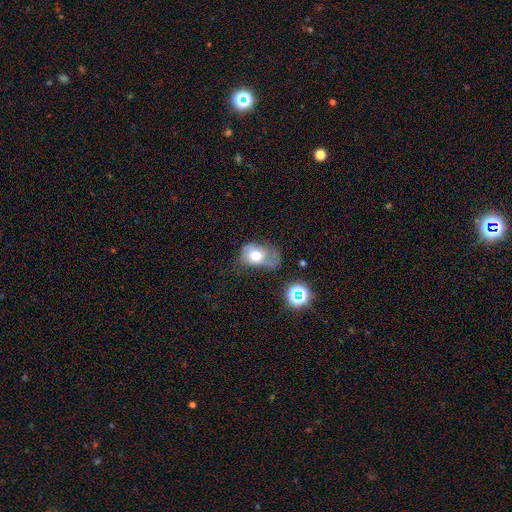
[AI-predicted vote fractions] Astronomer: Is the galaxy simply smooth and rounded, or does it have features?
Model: smooth — 58%.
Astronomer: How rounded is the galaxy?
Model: in between — 71%.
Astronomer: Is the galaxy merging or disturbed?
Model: major disturbance — 40% (runner-up: minor disturbance, 31%).